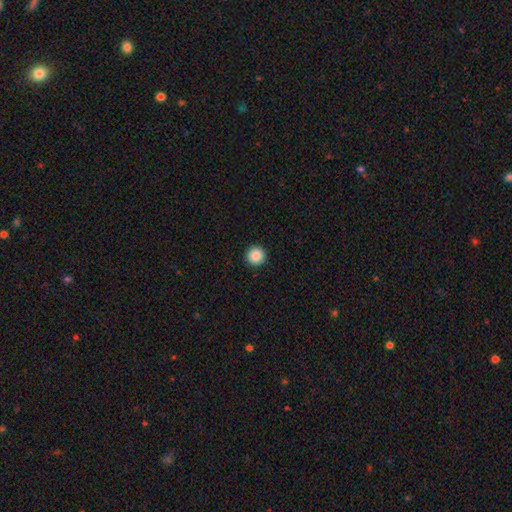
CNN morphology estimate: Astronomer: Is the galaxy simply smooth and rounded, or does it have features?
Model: smooth — 88%.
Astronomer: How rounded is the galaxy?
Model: round — 96%.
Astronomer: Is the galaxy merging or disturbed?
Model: none — 94%.